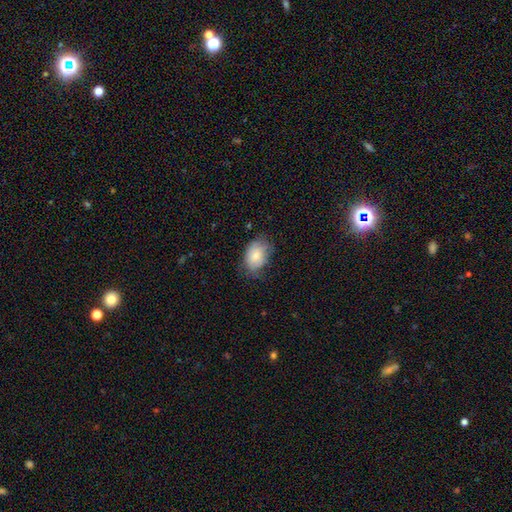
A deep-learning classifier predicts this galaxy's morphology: smooth-or-featured: smooth: 80% | featured or disk: 13% | star or artifact: 7%
  how-rounded: in between: 80% | round: 19% | cigar-shaped: 1%
  merging: none: 57% | minor disturbance: 31% | major disturbance: 10% | merger: 1%